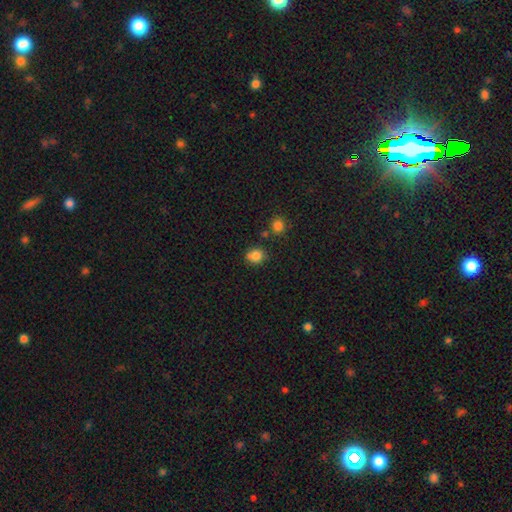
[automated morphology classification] Q: Smooth or featured?
A: smooth (82%); runner-up: star or artifact (12%)
Q: How rounded?
A: round (73%); runner-up: in between (26%)
Q: Merging?
A: none (68%); runner-up: minor disturbance (19%)